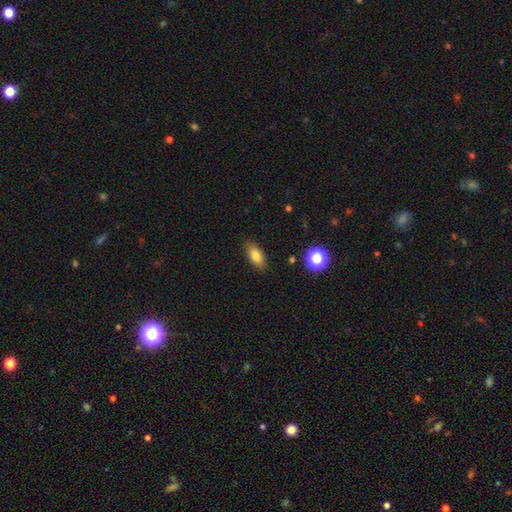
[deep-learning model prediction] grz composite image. It shows a smooth galaxy with no disk features (81%) that is in between round and cigar-shaped (82%). Merging: none (86%).